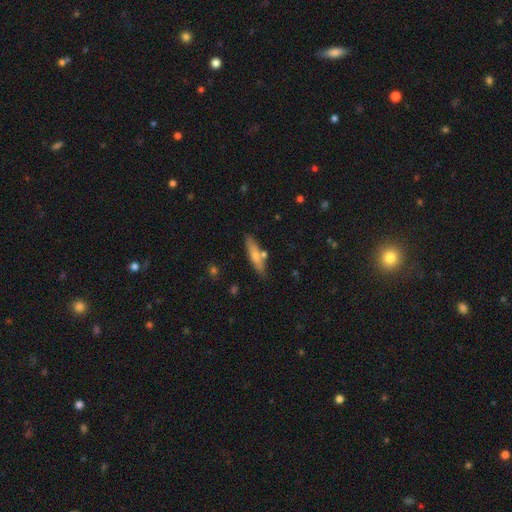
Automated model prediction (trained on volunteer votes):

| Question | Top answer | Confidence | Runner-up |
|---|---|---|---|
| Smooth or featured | smooth | 64% | featured or disk (29%) |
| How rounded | cigar-shaped | 75% | in between (23%) |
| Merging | none | 77% | minor disturbance (12%) |